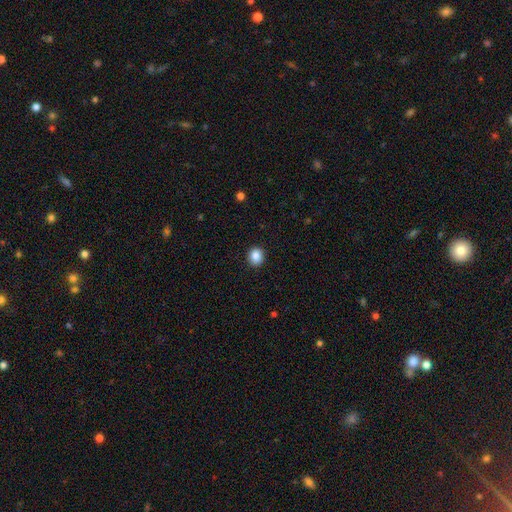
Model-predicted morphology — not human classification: This is clearly a smooth galaxy (87%). How rounded: likely round (77%). Merging: clearly none (92%).